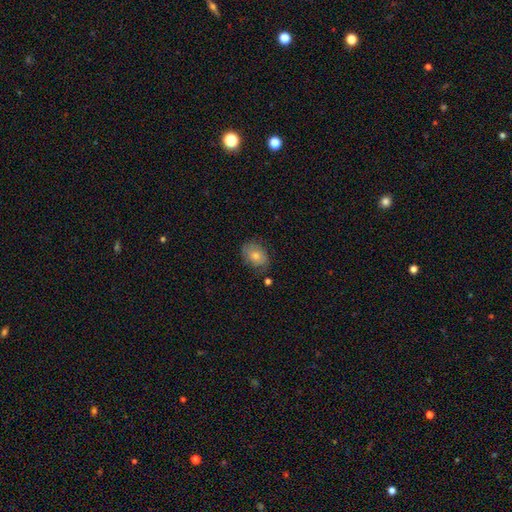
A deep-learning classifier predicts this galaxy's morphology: smooth_or_featured: smooth (p=0.65) [alt: featured or disk p=0.24]
how_rounded: in between (p=0.72) [alt: round p=0.26]
merging: none (p=0.77) [alt: minor disturbance p=0.16]